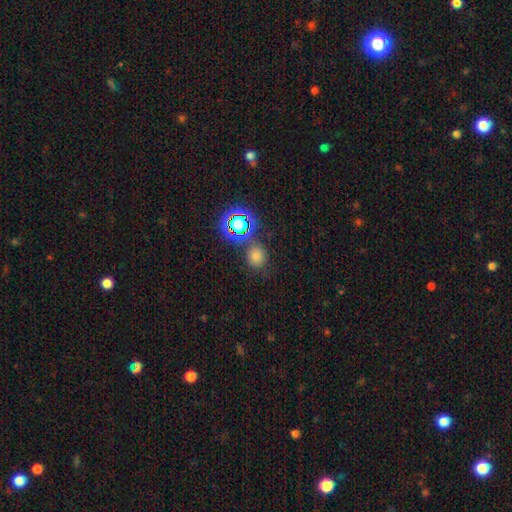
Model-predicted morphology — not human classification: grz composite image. It shows a smooth galaxy with no disk features (66%) that is round (82%). Merging: none (76%).